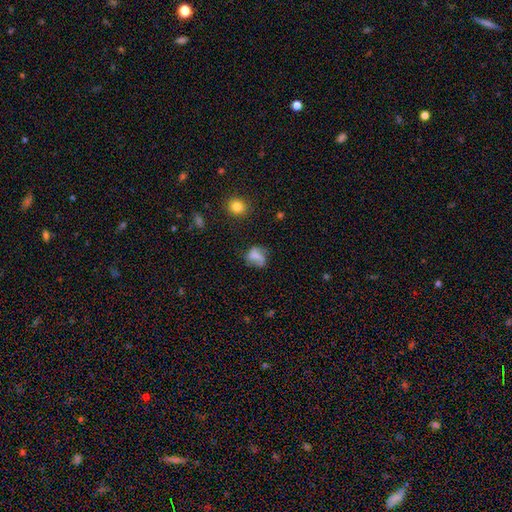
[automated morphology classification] smooth_or_featured: smooth (p=0.55) [alt: featured or disk p=0.32]
how_rounded: in between (p=0.50) [alt: round p=0.48]
merging: none (p=0.46) [alt: minor disturbance p=0.25]